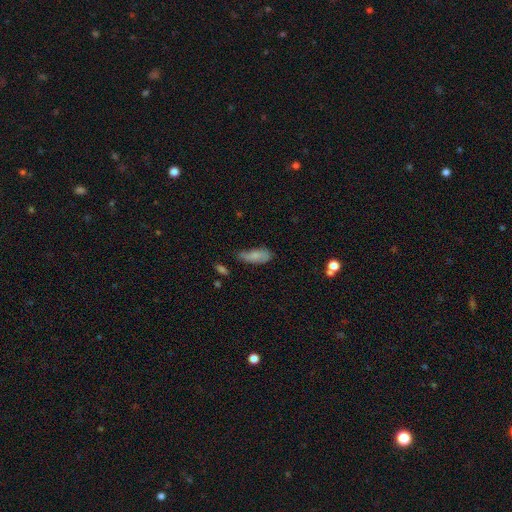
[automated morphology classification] This is likely a smooth galaxy (78%). How rounded: likely in between (77%). Merging: possibly none (48%).